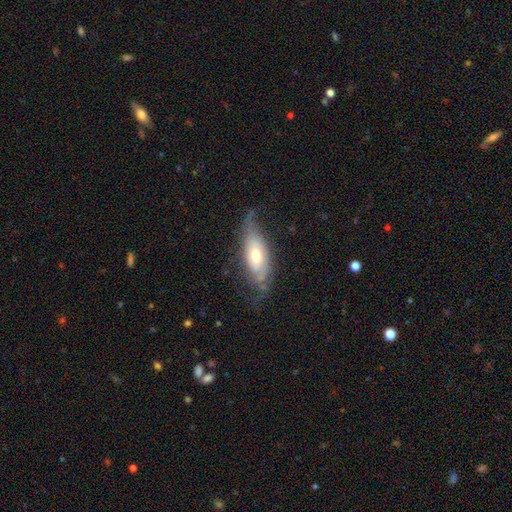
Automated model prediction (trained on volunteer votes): Overall: featured or disk (61%; smooth 33%). Edge-on disk: no (76%). Merging: none (52%; minor disturbance 29%).